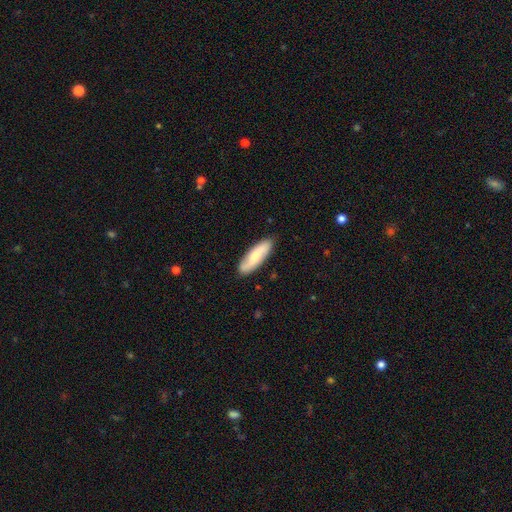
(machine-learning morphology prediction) Overall: smooth (58%; featured or disk 37%). How rounded: in between (52%; cigar-shaped 46%). Merging: none (86%).